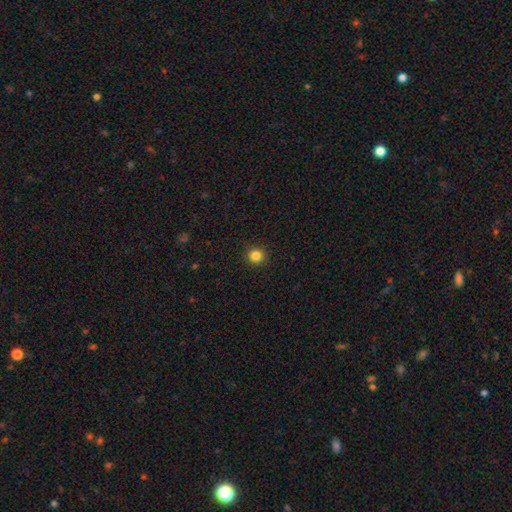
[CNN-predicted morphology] This is clearly a smooth galaxy (84%). How rounded: clearly round (92%). Merging: clearly none (92%).